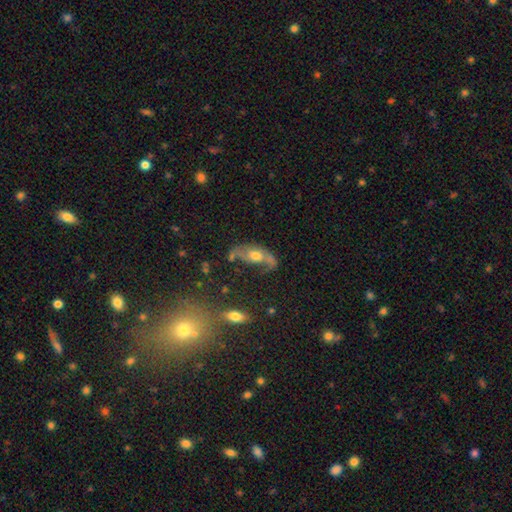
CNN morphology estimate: Smooth or featured? Predicted: featured or disk (p=0.54). Edge-on disk? Predicted: no (p=0.80). Merging? Predicted: none (p=0.43).